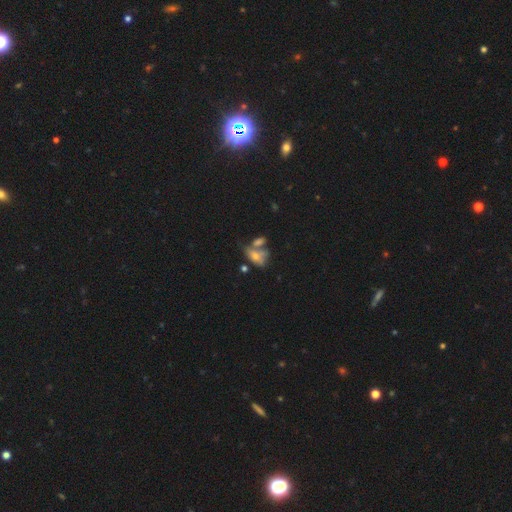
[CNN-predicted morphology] smooth 62%, featured or disk 27%, star or artifact 11%. Down the decision tree: how rounded — in between (85%); merging — merger (44%).